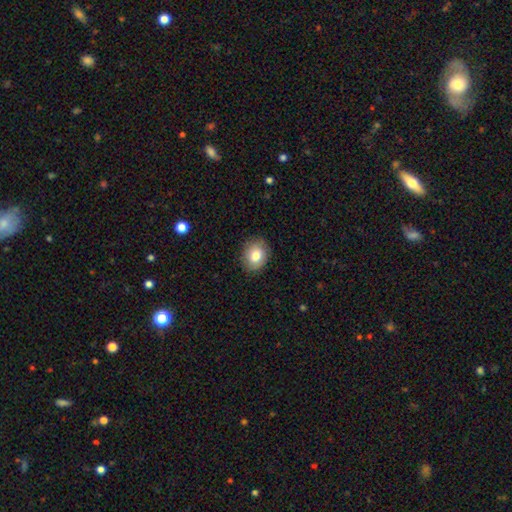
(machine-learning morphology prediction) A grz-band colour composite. It shows a smooth galaxy with no disk features (80%) that is round (57%). Merging: none (86%).